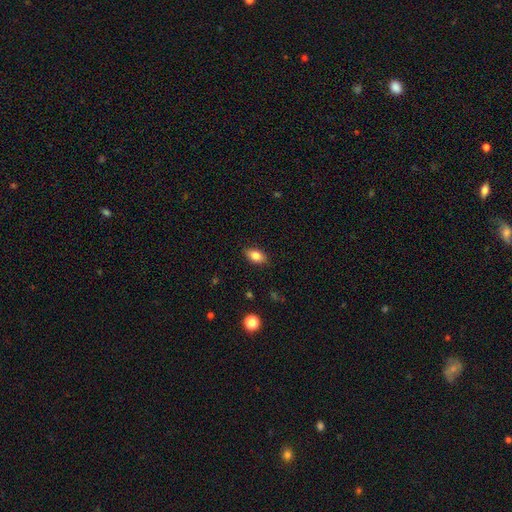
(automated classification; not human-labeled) smooth 82%, featured or disk 10%, star or artifact 8%. Down the decision tree: how rounded — in between (88%); merging — none (87%).